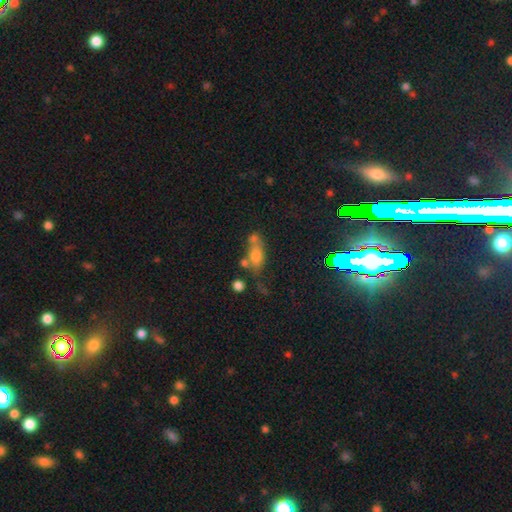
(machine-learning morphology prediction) smooth_or_featured: smooth (p=0.63) [alt: featured or disk p=0.23]
how_rounded: in between (p=0.72) [alt: cigar-shaped p=0.17]
merging: none (p=0.38) [alt: merger p=0.29]